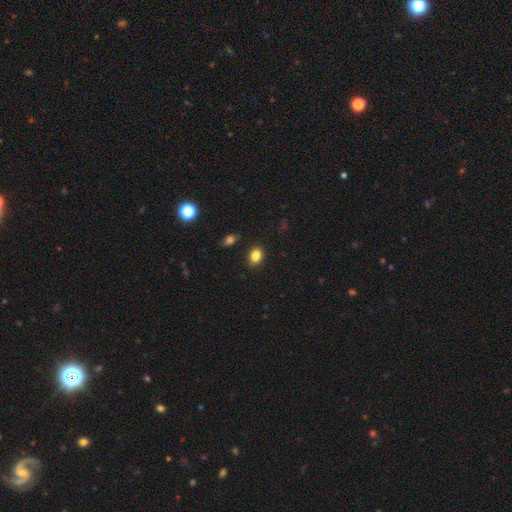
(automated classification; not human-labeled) This is clearly a smooth galaxy (85%). How rounded: likely in between (67%). Merging: clearly none (86%).